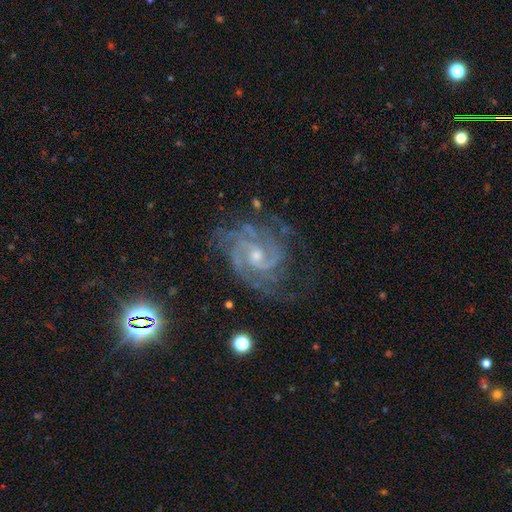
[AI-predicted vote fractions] featured or disk 90%, star or artifact 7%, smooth 3%. Down the decision tree: edge-on disk — no (98%); bar — no (50%); spiral arms — yes (98%); spiral arm count — 2 (43%); spiral winding — tight (56%); bulge size — small (54%); merging — none (68%).